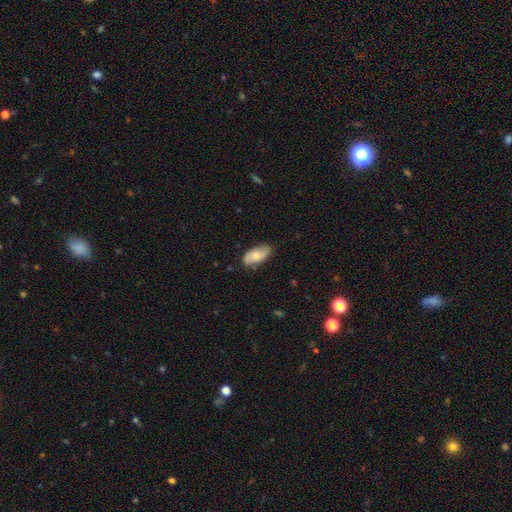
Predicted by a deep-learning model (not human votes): smooth 63%, featured or disk 31%, star or artifact 6%. Down the decision tree: how rounded — in between (92%); merging — none (78%).